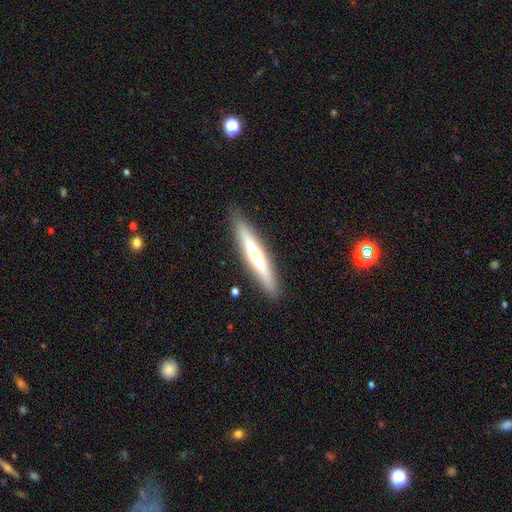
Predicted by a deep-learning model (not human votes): The model was most divided on "smooth or featured": smooth: 50%, featured or disk: 44%, star or artifact: 6%. More confident: how rounded — cigar-shaped (92%); merging — none (88%).